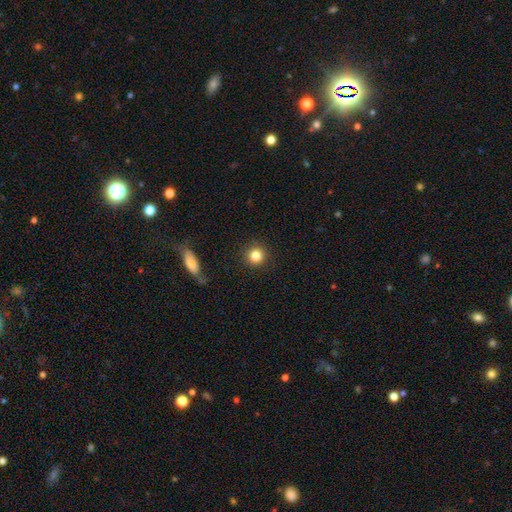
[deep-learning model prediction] A smooth galaxy with no disk features (83%) that is round (93%).

Vote fractions:
- Smooth or featured? smooth: 83% / star or artifact: 11% / featured or disk: 6%
- How rounded? round: 93% / in between: 6% / cigar-shaped: 1%
- Merging? none: 91% / minor disturbance: 6% / major disturbance: 2% / merger: 1%